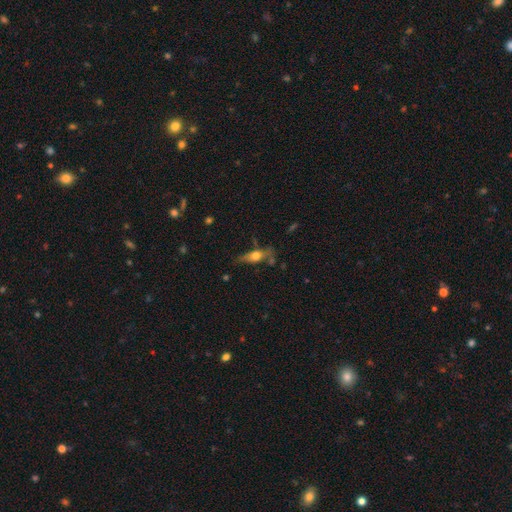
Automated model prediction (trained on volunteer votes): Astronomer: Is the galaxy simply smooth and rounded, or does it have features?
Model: smooth — 48% (runner-up: featured or disk, 43%).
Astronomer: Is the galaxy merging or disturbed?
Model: none — 53%.